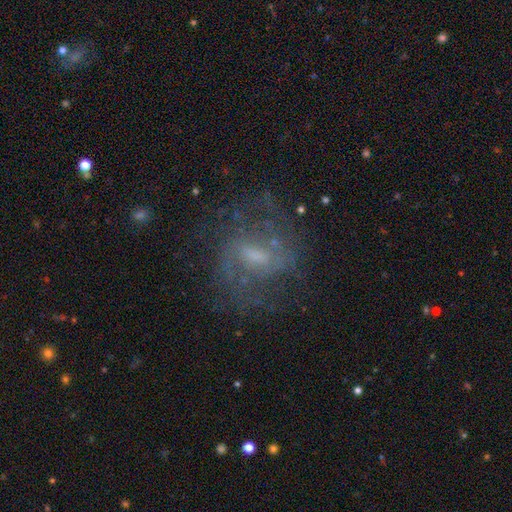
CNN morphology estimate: featured or disk 73%, smooth 15%, star or artifact 12%. Down the decision tree: edge-on disk — no (96%); bar — weak (56%); spiral arms — yes (83%); spiral arm count — 2 (60%); spiral winding — medium (48%); bulge size — moderate (37%); merging — none (66%).